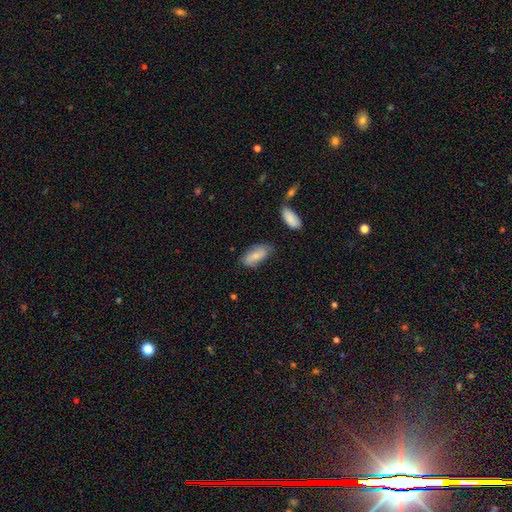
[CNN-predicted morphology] This appears to be a smooth galaxy with no disk features (69%) that is in between round and cigar-shaped (88%). Merging: none (69%).